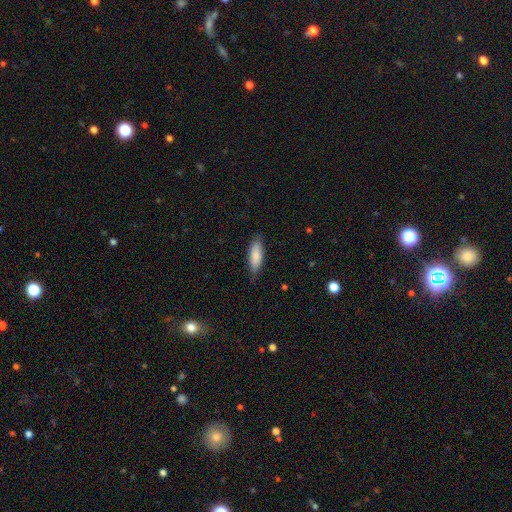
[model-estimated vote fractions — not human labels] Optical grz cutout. It shows a smooth galaxy with no disk features (84%) that is in between round and cigar-shaped (64%). Merging: none (77%).